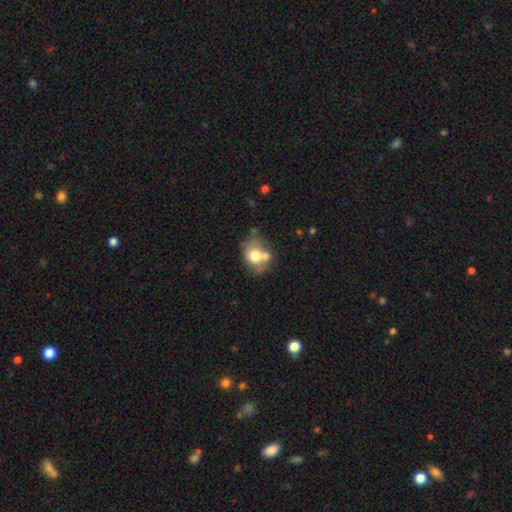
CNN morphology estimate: A smooth galaxy with no disk features (67%) that is round (54%). Merging: none (41%).